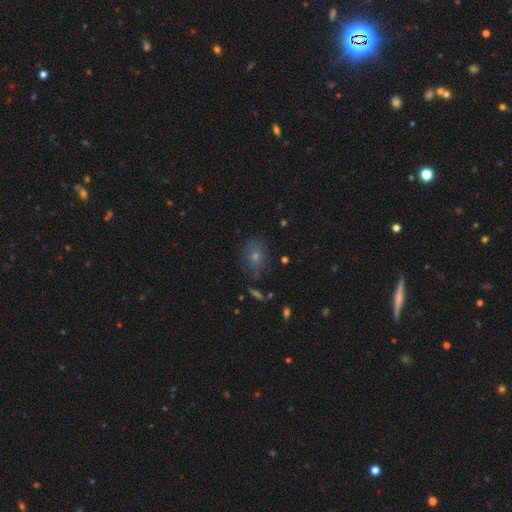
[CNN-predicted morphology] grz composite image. It shows a smooth galaxy with no disk features (54%) that is round (53%). Merging: none (73%).